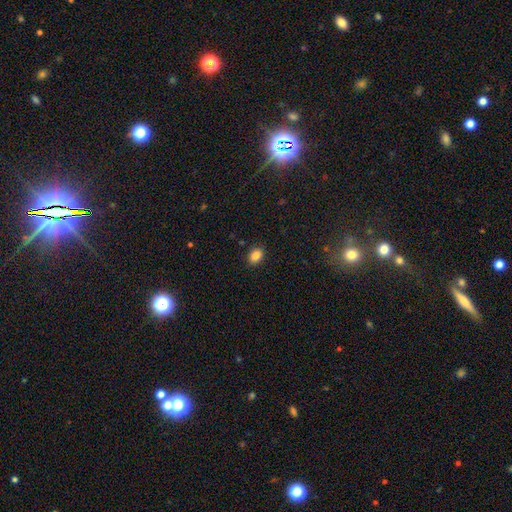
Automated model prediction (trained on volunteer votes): Smooth or featured?
  - smooth: 86% *
  - star or artifact: 10%
  - featured or disk: 5%
How rounded?
  - in between: 73% *
  - round: 26%
  - cigar-shaped: 1%
Merging?
  - none: 88% *
  - minor disturbance: 8%
  - major disturbance: 2%
  - merger: 1%